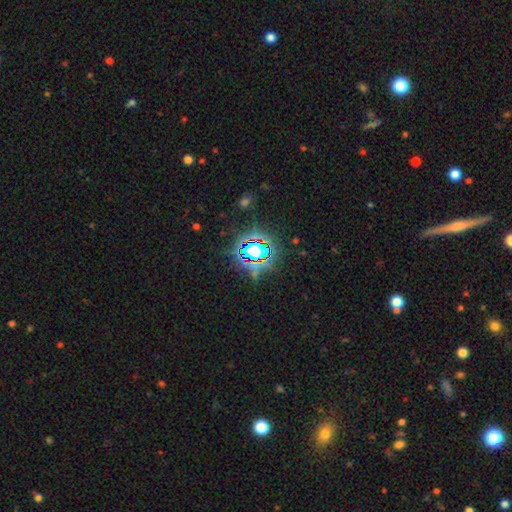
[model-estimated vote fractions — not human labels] star or artifact 75%, smooth 15%, featured or disk 11%.